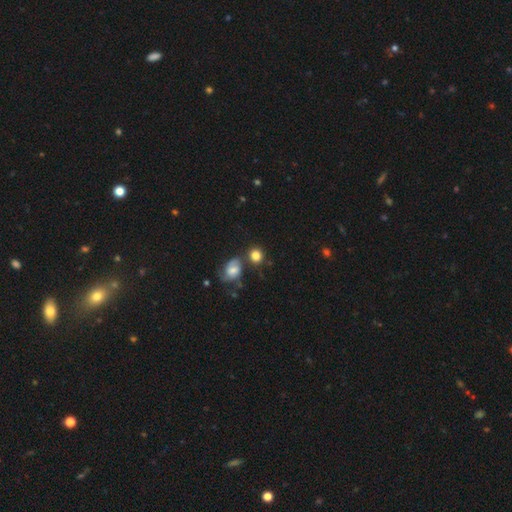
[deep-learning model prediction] smooth-or-featured: smooth: 78% | featured or disk: 12% | star or artifact: 10%
  how-rounded: round: 82% | in between: 17% | cigar-shaped: 1%
  merging: none: 63% | merger: 18% | minor disturbance: 13% | major disturbance: 6%